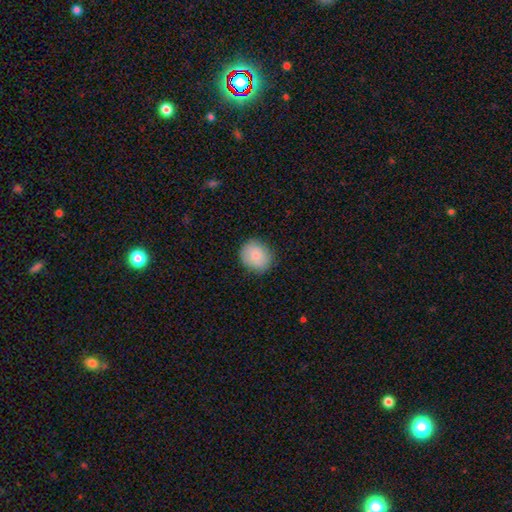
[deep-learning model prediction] This is clearly a smooth galaxy (83%). How rounded: likely round (71%). Merging: clearly none (84%).